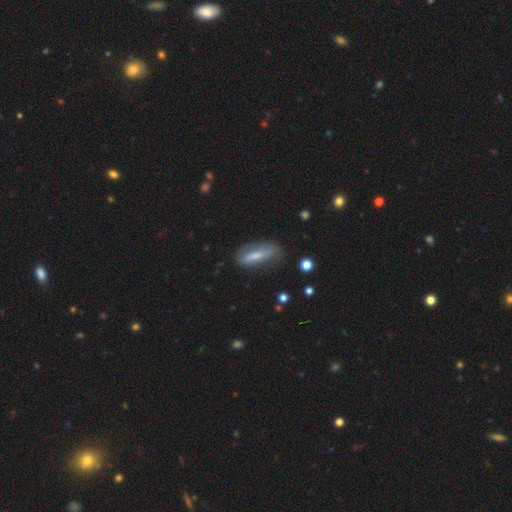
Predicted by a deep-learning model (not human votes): Smooth or featured: smooth — 60% (featured or disk — 33%)
How rounded: in between — 55% (cigar-shaped — 42%)
Merging: none — 60% (minor disturbance — 27%)